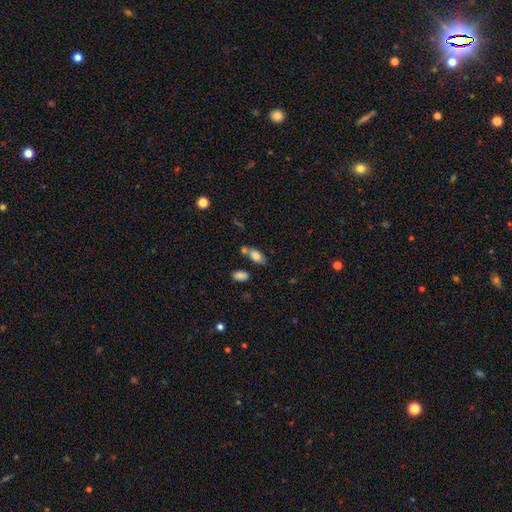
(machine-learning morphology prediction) type=smooth (80%); roundness=in between (90%); merging=none (58%).